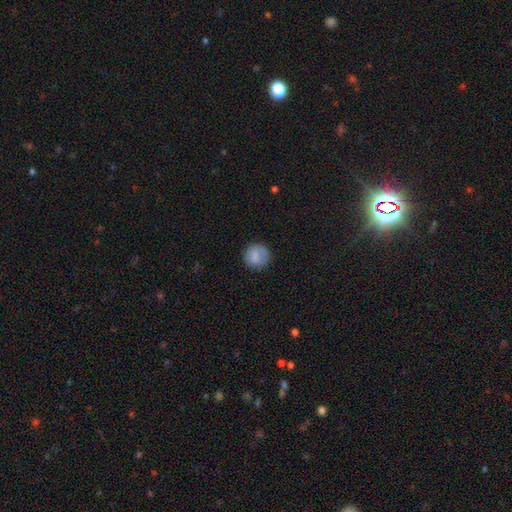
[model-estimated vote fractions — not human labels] Smooth or featured? Predicted: smooth (p=0.77). How rounded? Predicted: round (p=0.89). Merging? Predicted: none (p=0.81).